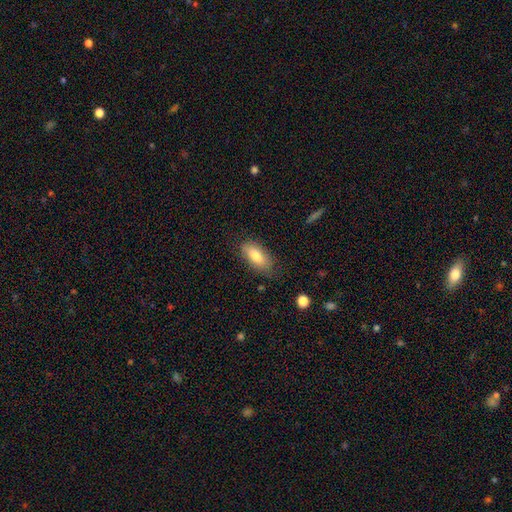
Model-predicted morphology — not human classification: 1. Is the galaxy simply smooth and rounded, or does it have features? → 79% smooth, 14% featured or disk, 7% star or artifact.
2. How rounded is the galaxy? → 88% in between, 9% cigar-shaped, 3% round.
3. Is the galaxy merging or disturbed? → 76% none, 18% minor disturbance, 4% major disturbance, 1% merger.